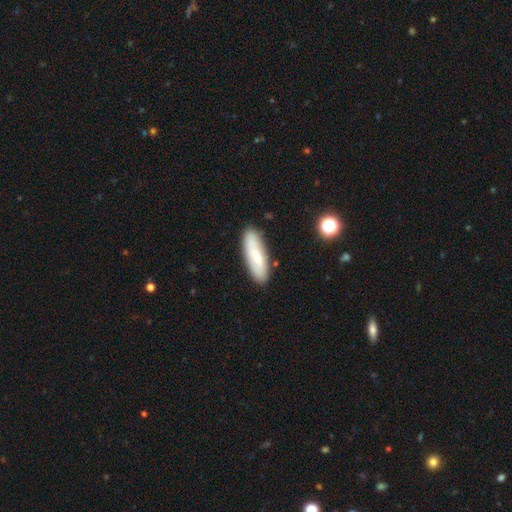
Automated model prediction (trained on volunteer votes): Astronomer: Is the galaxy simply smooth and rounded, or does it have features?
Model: smooth — 67%.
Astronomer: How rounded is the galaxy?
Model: cigar-shaped — 50% (runner-up: in between, 48%).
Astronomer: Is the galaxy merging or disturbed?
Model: none — 86%.